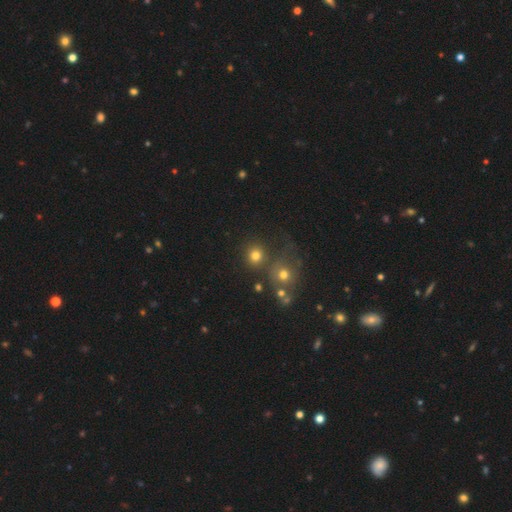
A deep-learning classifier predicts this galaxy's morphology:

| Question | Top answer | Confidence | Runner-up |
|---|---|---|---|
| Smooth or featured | smooth | 75% | star or artifact (17%) |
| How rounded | round | 90% | in between (9%) |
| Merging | none | 68% | merger (18%) |